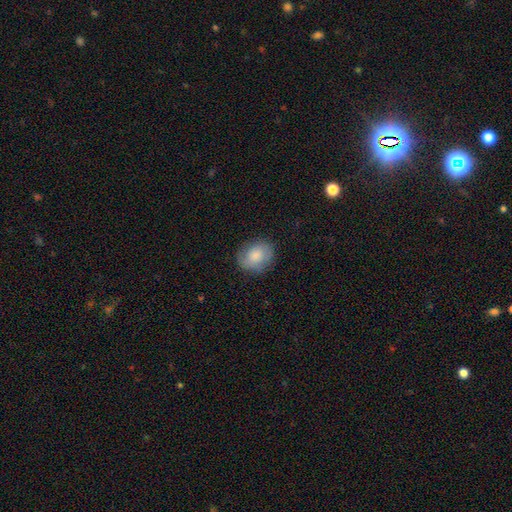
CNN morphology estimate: This is likely a smooth galaxy (78%). How rounded: possibly in between (51%). Merging: likely none (80%).